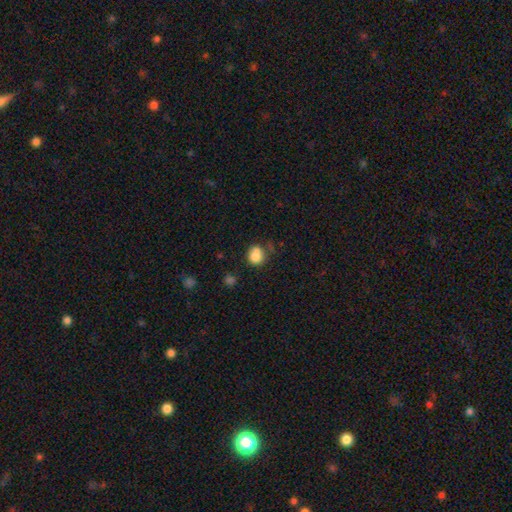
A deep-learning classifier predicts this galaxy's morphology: smooth_or_featured: smooth (p=0.79) [alt: featured or disk p=0.10]
how_rounded: round (p=0.64) [alt: in between p=0.35]
merging: none (p=0.45) [alt: merger p=0.26]